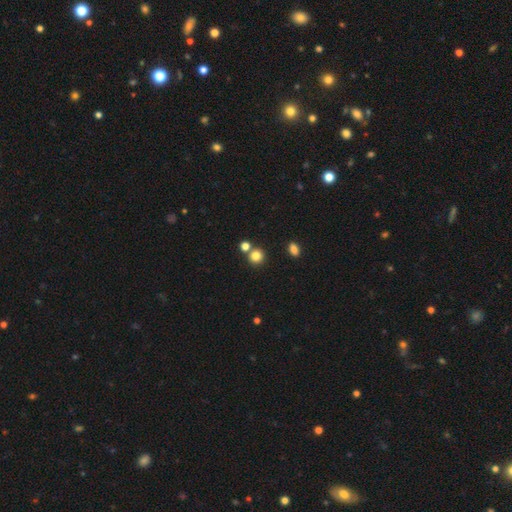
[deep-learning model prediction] Smooth or featured? smooth (82%)
How rounded? round (89%)
Merging? none (70%)